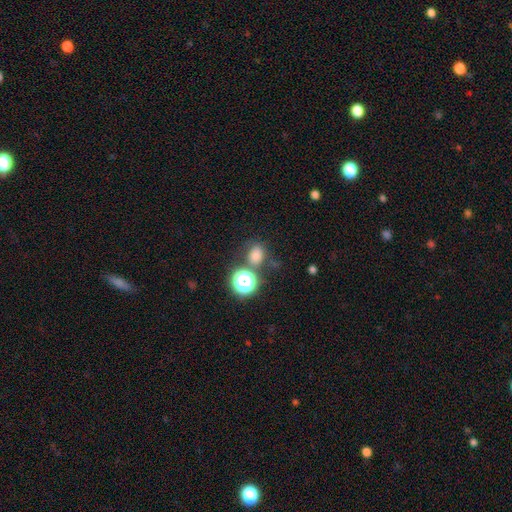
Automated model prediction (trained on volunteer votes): smooth-or-featured: smooth: 73% | star or artifact: 19% | featured or disk: 8%
  how-rounded: round: 56% | in between: 43% | cigar-shaped: 1%
  merging: none: 64% | merger: 16% | minor disturbance: 14% | major disturbance: 6%